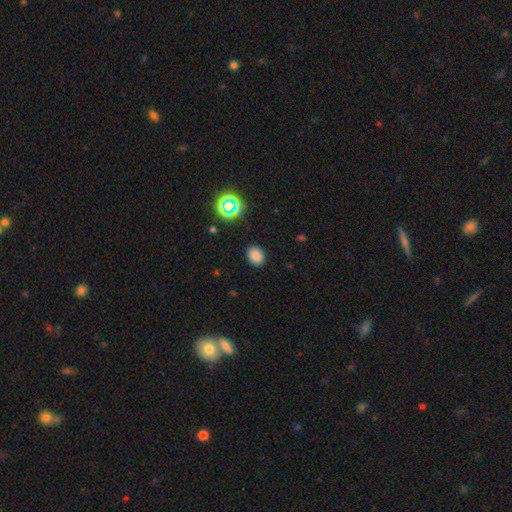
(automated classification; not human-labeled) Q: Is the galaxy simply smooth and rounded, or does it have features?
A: smooth — 80%.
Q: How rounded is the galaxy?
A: in between — 56%.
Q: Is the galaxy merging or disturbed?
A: none — 87%.